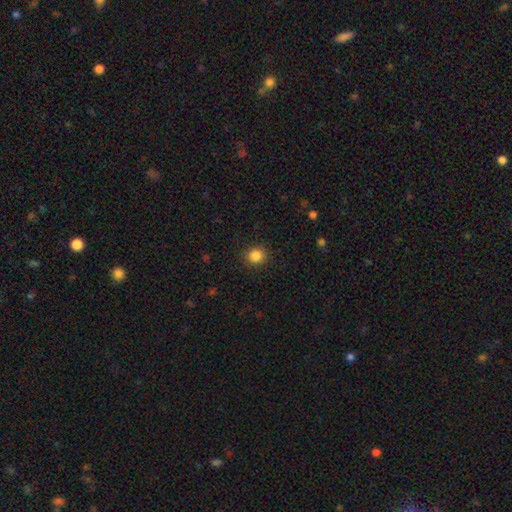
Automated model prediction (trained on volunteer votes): A smooth galaxy with no disk features (86%) that is round (80%).

Vote fractions:
- Smooth or featured? smooth: 86% / star or artifact: 11% / featured or disk: 4%
- How rounded? round: 80% / in between: 19% / cigar-shaped: 1%
- Merging? none: 89% / minor disturbance: 8% / major disturbance: 3% / merger: 1%